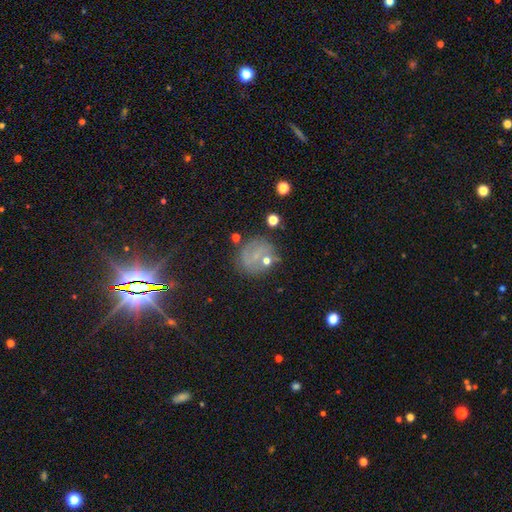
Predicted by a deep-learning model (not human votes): smooth-or-featured: smooth: 37% | featured or disk: 34% | star or artifact: 29%
  merging: none: 67% | minor disturbance: 17% | major disturbance: 9% | merger: 7%